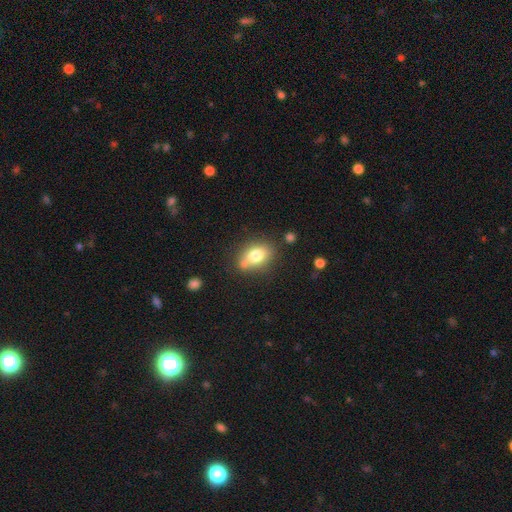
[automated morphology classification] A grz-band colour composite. It shows a smooth galaxy with no disk features (76%) that is in between round and cigar-shaped (74%). Merging: none (63%).